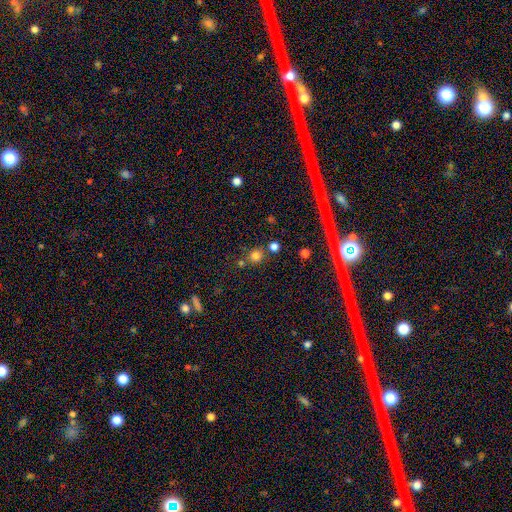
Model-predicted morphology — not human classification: The model was most divided on "merging": none: 71%, merger: 17%, minor disturbance: 9%, major disturbance: 4%. More confident: how rounded — round (87%); smooth or featured — smooth (76%).